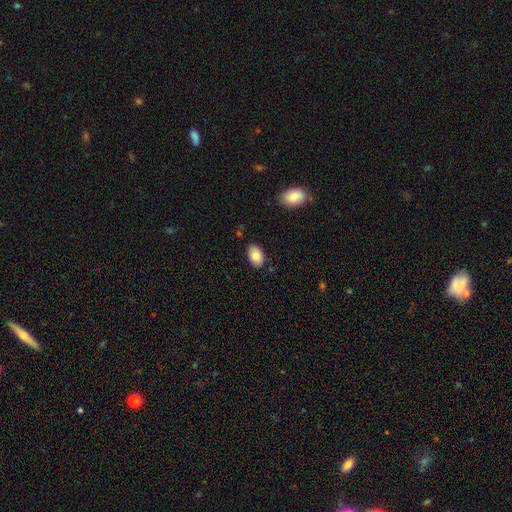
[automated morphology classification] Q: Smooth or featured?
A: smooth (87%); runner-up: star or artifact (7%)
Q: How rounded?
A: in between (92%); runner-up: round (6%)
Q: Merging?
A: none (84%); runner-up: minor disturbance (12%)